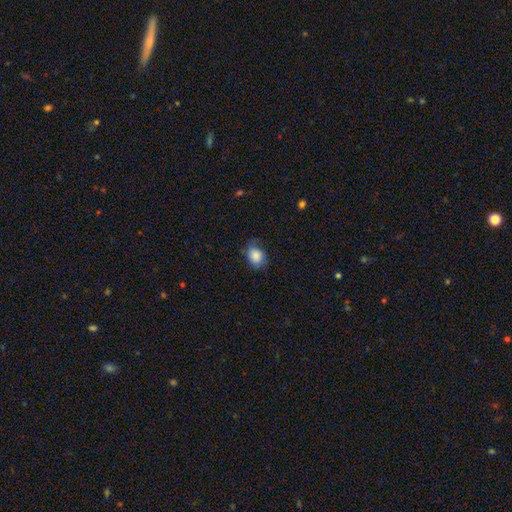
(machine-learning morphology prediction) type=smooth (84%); roundness=in between (63%); merging=none (64%).